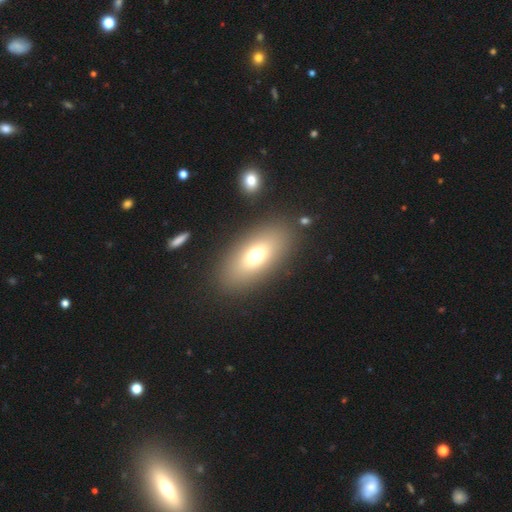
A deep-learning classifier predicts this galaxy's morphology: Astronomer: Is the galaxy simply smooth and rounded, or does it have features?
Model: smooth — 68%.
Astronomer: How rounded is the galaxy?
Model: in between — 84%.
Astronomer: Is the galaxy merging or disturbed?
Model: none — 85%.